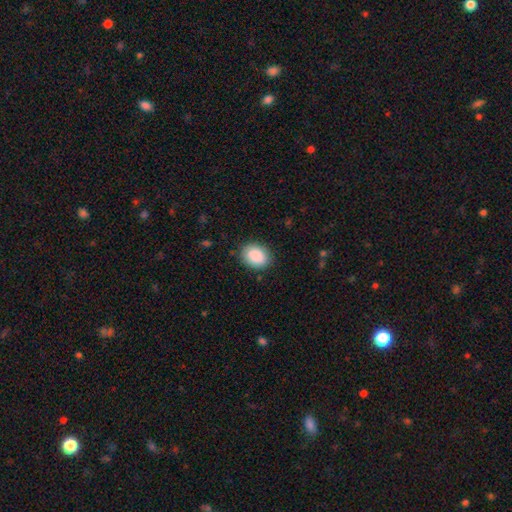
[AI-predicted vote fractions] The model was most divided on "how rounded": in between: 60%, round: 40%, cigar-shaped: 1%. More confident: smooth or featured — smooth (90%); merging — none (86%).